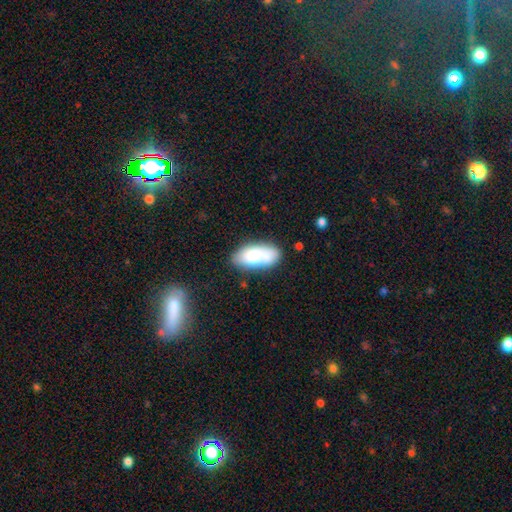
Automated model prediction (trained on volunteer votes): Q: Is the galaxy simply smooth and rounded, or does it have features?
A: smooth — 74%.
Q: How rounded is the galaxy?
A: in between — 90%.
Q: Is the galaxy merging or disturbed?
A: none — 58%.